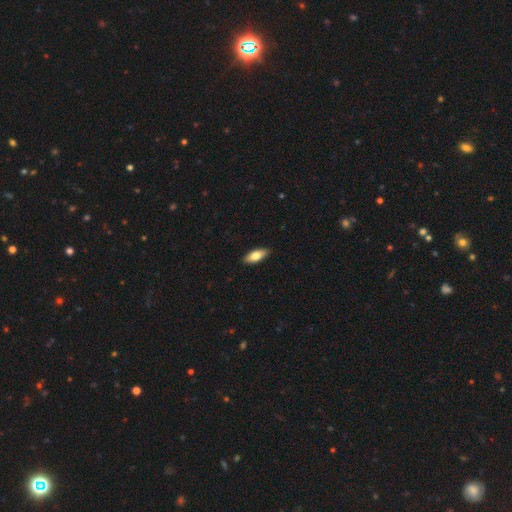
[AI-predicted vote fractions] smooth 78%, featured or disk 17%, star or artifact 6%. Down the decision tree: how rounded — in between (76%); merging — none (89%).